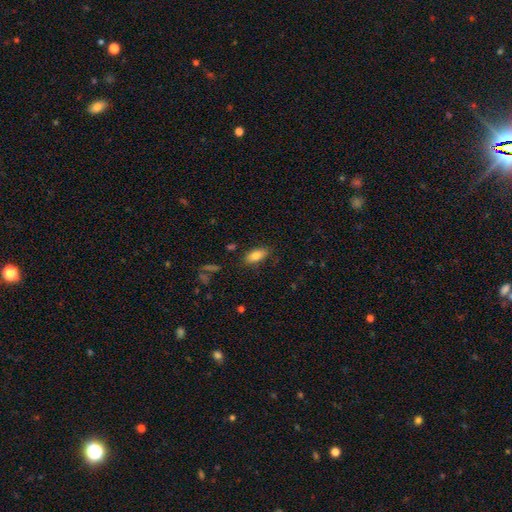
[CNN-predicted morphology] smooth 82%, featured or disk 10%, star or artifact 8%. Down the decision tree: how rounded — in between (88%); merging — none (83%).